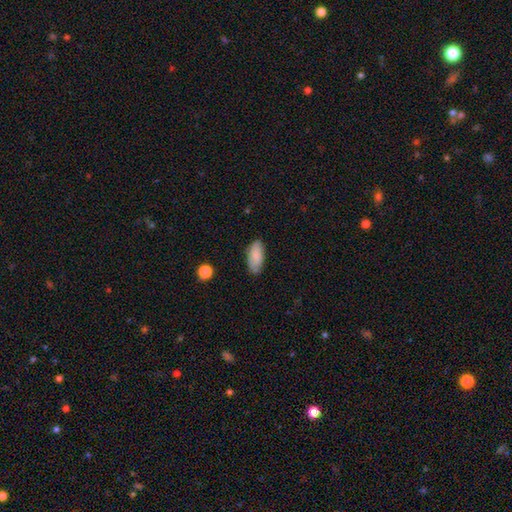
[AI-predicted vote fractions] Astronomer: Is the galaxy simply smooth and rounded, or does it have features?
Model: smooth — 85%.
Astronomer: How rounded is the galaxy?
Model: in between — 90%.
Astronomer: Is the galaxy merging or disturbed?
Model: none — 78%.